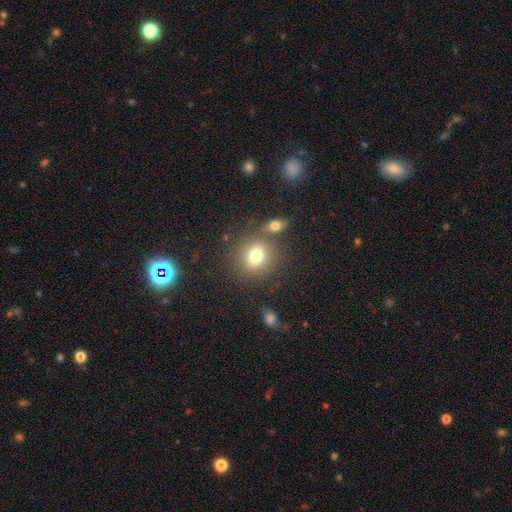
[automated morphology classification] The model was most divided on "how rounded": round: 72%, in between: 27%, cigar-shaped: 1%. More confident: smooth or featured — smooth (77%); merging — none (68%).